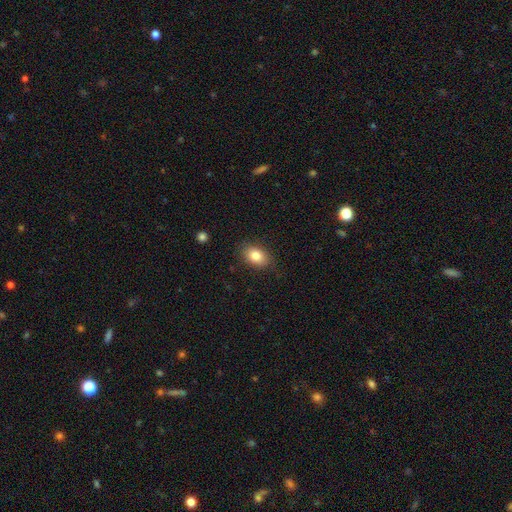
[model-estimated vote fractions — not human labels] smooth 83%, featured or disk 9%, star or artifact 8%. Down the decision tree: how rounded — in between (82%); merging — none (83%).